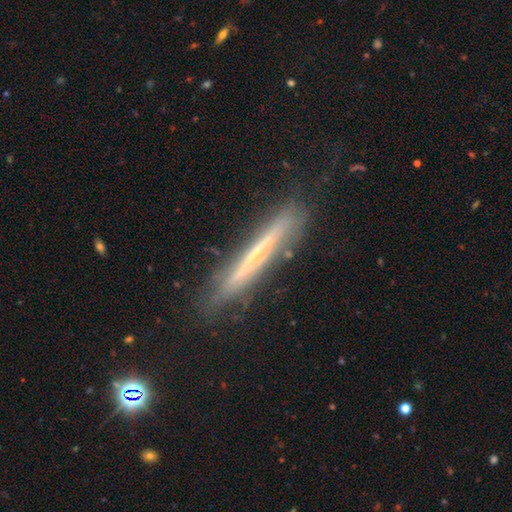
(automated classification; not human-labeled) smooth_or_featured: featured or disk (p=0.61) [alt: smooth p=0.31]
disk_edge_on: yes (p=0.92) [alt: no p=0.08]
edge_on_bulge: none (p=0.77) [alt: rounded p=0.17]
merging: none (p=0.80) [alt: minor disturbance p=0.15]